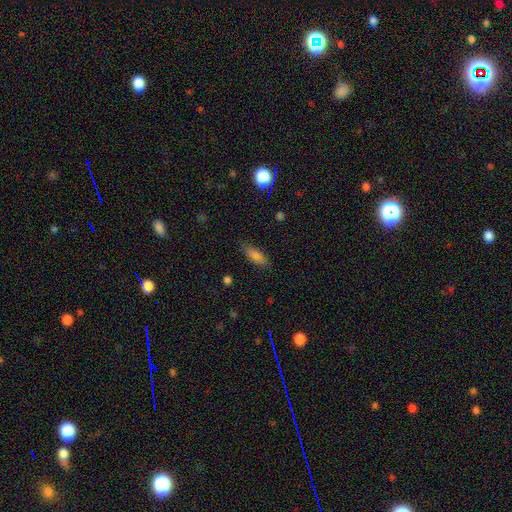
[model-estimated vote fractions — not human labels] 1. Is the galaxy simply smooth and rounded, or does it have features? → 71% smooth, 17% featured or disk, 13% star or artifact.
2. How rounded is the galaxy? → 51% in between, 45% cigar-shaped, 4% round.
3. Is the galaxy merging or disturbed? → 83% none, 12% minor disturbance, 3% major disturbance, 1% merger.